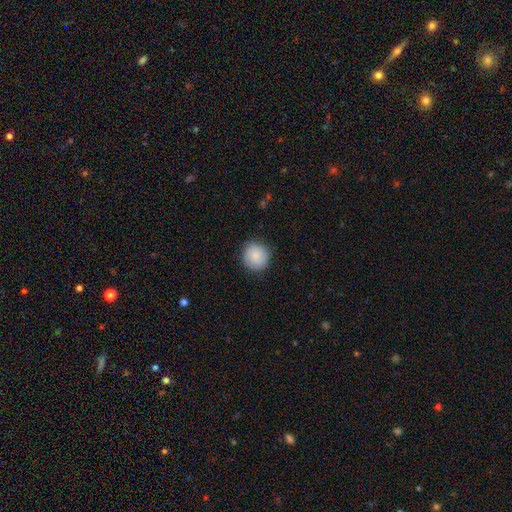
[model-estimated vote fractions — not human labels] smooth-or-featured: smooth: 85% | featured or disk: 9% | star or artifact: 6%
  how-rounded: round: 92% | in between: 7% | cigar-shaped: 1%
  merging: none: 85% | minor disturbance: 11% | major disturbance: 3% | merger: 1%